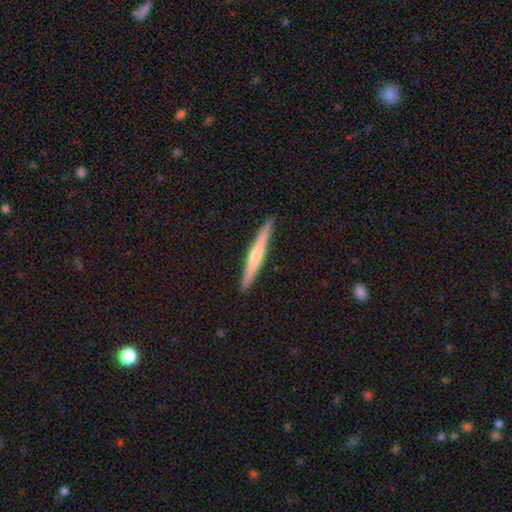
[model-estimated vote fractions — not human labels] Smooth or featured? Predicted: featured or disk (p=0.64). Edge-on disk? Predicted: yes (p=0.98). Edge-on bulge? Predicted: rounded (p=0.70). Merging? Predicted: none (p=0.92).